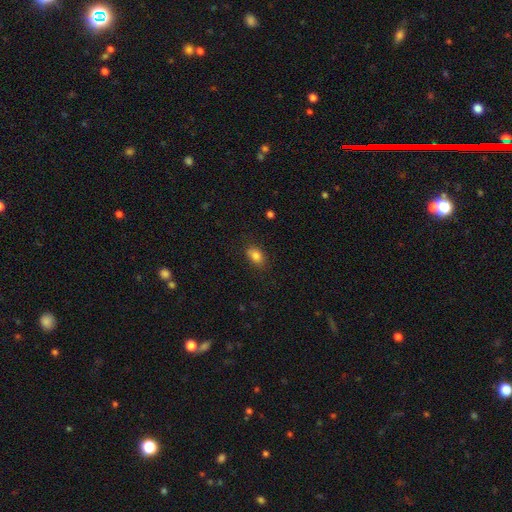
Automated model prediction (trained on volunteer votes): This appears to be a smooth galaxy with no disk features (82%) that is in between round and cigar-shaped (82%). Merging: none (80%).